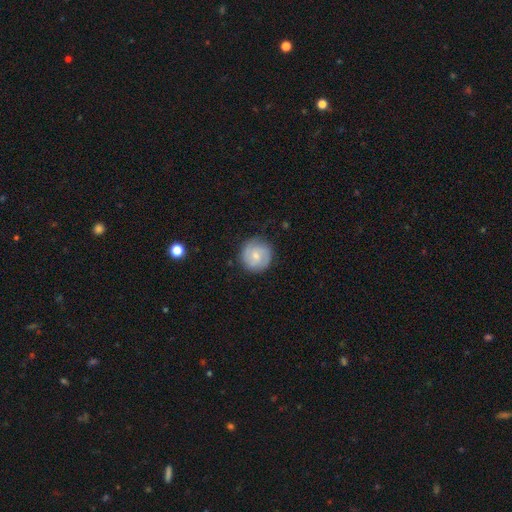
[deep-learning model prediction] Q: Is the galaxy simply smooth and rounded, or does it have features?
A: featured or disk — 49%.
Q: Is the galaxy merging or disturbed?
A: none — 83%.